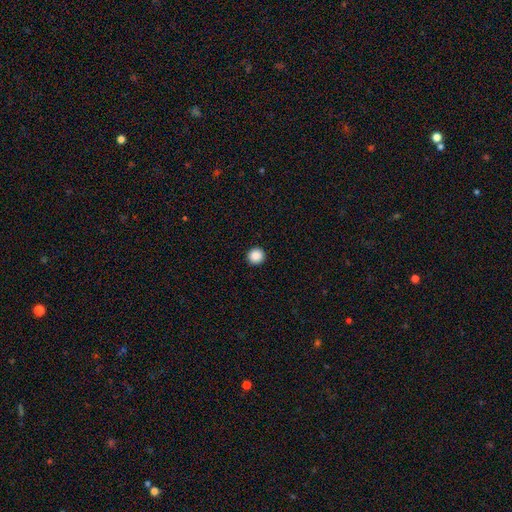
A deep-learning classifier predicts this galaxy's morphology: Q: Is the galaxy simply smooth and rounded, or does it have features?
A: smooth — 88%.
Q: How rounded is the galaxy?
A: round — 96%.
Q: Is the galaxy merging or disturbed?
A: none — 94%.